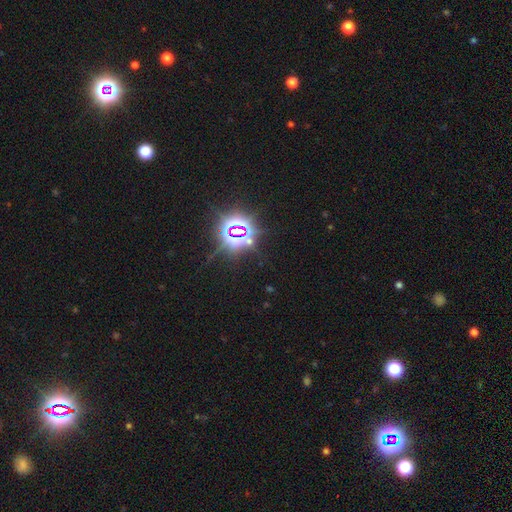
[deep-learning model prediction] Smooth or featured?
  - star or artifact: 79% *
  - smooth: 14%
  - featured or disk: 7%